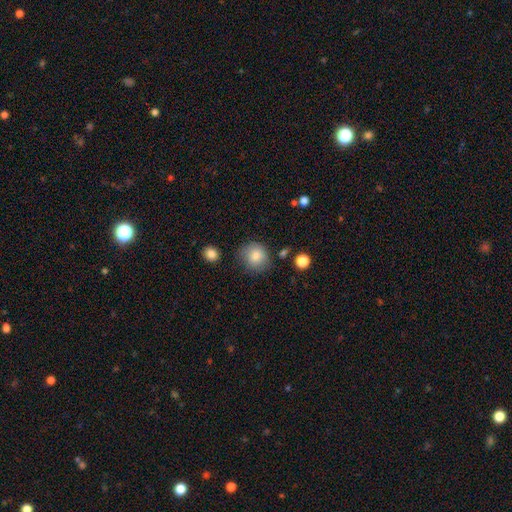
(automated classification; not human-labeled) Smooth or featured: smooth — 83% (star or artifact — 9%)
How rounded: round — 86% (in between — 13%)
Merging: none — 75% (minor disturbance — 17%)